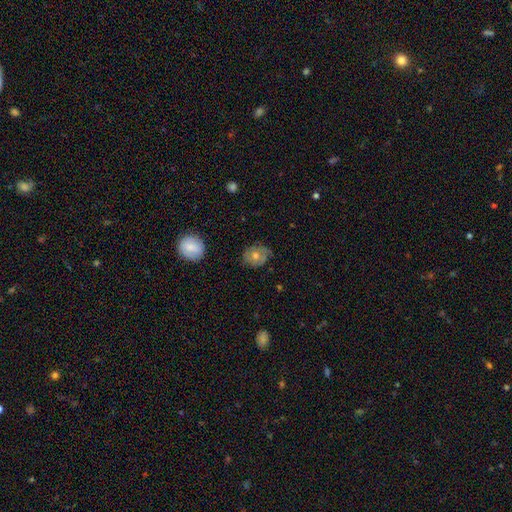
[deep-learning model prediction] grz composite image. It shows a smooth galaxy with no disk features (45%). Merging: none (76%).